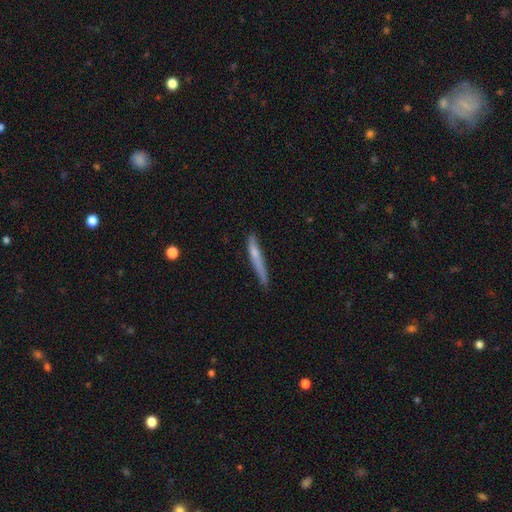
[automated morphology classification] Overall: smooth (57%; featured or disk 37%). How rounded: cigar-shaped (95%). Merging: none (75%).